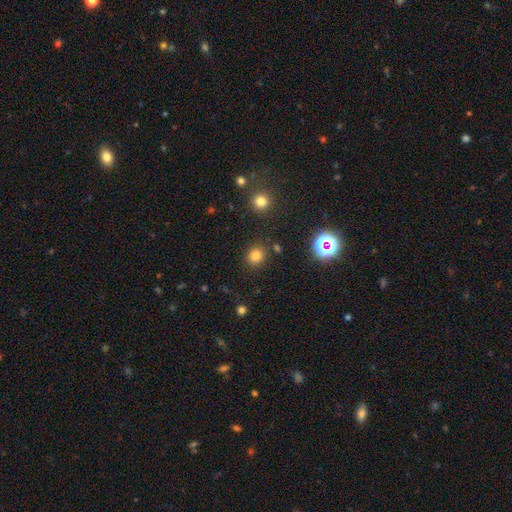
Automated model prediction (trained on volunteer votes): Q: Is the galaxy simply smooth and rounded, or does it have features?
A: smooth — 79%.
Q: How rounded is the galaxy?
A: round — 77%.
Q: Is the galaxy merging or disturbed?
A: none — 85%.